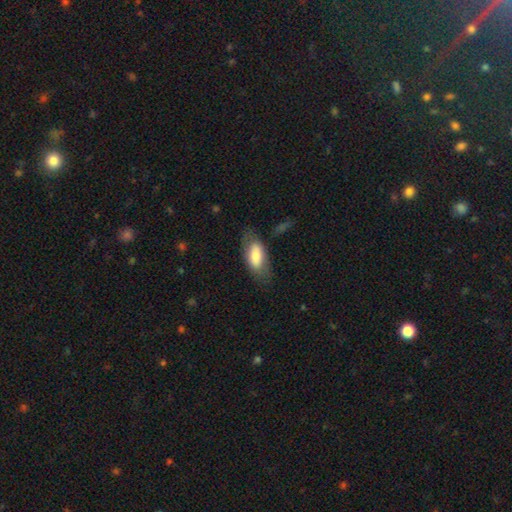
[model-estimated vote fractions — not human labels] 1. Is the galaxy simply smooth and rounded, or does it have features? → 69% smooth, 25% featured or disk, 6% star or artifact.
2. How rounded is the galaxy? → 87% in between, 10% cigar-shaped, 3% round.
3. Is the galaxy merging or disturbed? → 66% none, 21% minor disturbance, 10% major disturbance, 3% merger.